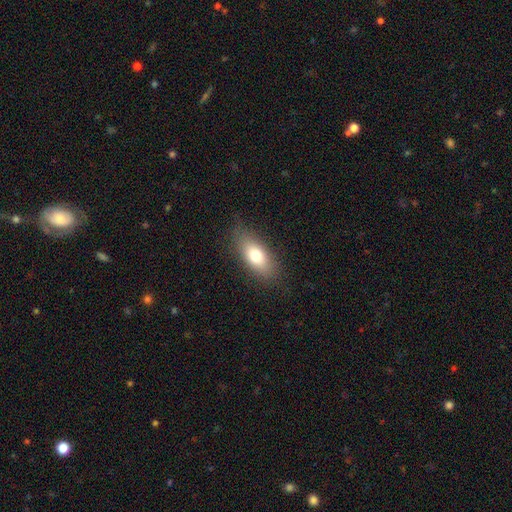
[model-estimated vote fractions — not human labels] A smooth galaxy with no disk features (76%) that is in between round and cigar-shaped (83%).

Vote fractions:
- Smooth or featured? smooth: 76% / featured or disk: 16% / star or artifact: 8%
- How rounded? in between: 83% / cigar-shaped: 13% / round: 4%
- Merging? none: 80% / minor disturbance: 14% / major disturbance: 4% / merger: 1%